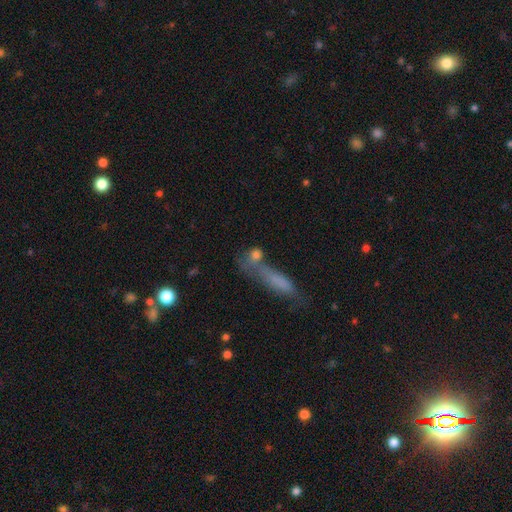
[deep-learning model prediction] smooth-or-featured: smooth: 73% | featured or disk: 15% | star or artifact: 12%
  how-rounded: round: 44% | in between: 34% | cigar-shaped: 22%
  merging: none: 44% | merger: 33% | minor disturbance: 13% | major disturbance: 11%